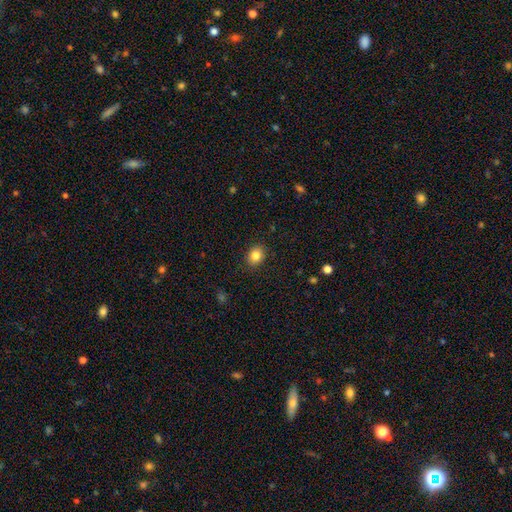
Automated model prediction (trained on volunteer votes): This is clearly a smooth galaxy (83%). How rounded: possibly round (59%). Merging: clearly none (89%).